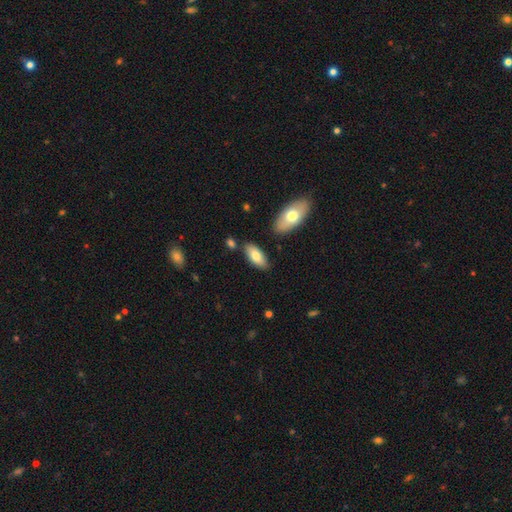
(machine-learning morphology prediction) smooth 78%, featured or disk 17%, star or artifact 6%. Down the decision tree: how rounded — in between (88%); merging — none (81%).